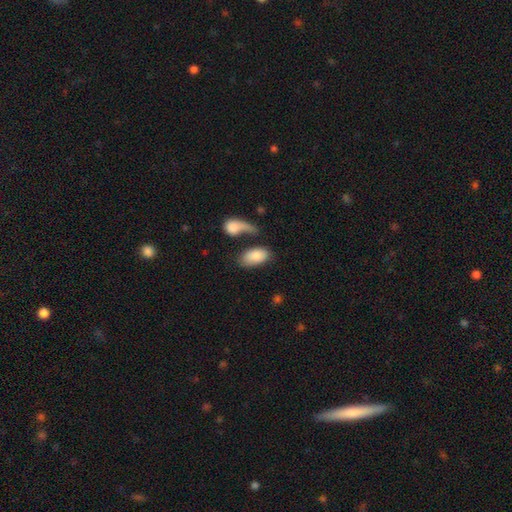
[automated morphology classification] This is clearly a smooth galaxy (82%). How rounded: clearly in between (94%). Merging: marginally none (40%).